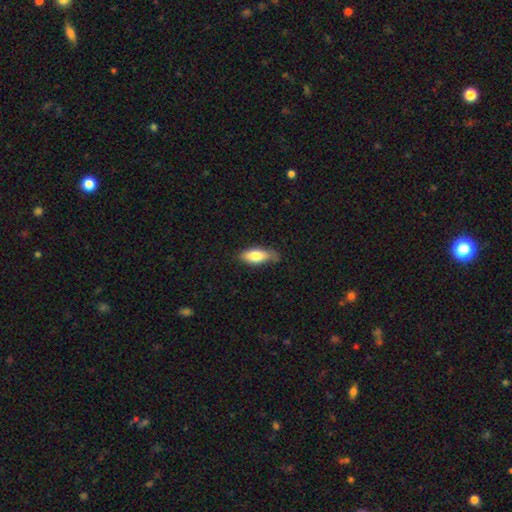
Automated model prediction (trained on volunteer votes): Overall: smooth (75%). How rounded: in between (76%). Merging: none (62%; minor disturbance 30%).